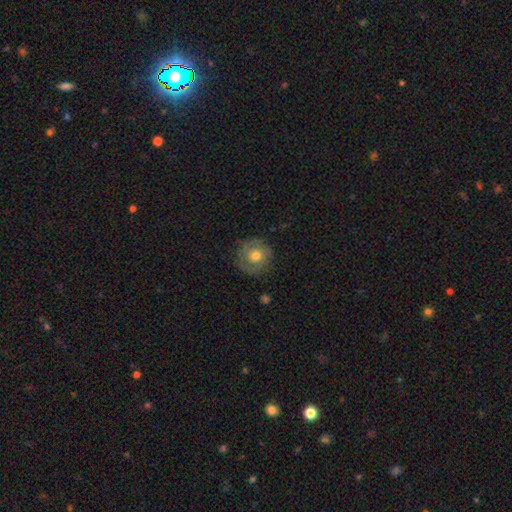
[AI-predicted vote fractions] Smooth or featured: smooth — 51% (featured or disk — 41%)
How rounded: round — 90% (in between — 9%)
Merging: none — 75% (minor disturbance — 17%)